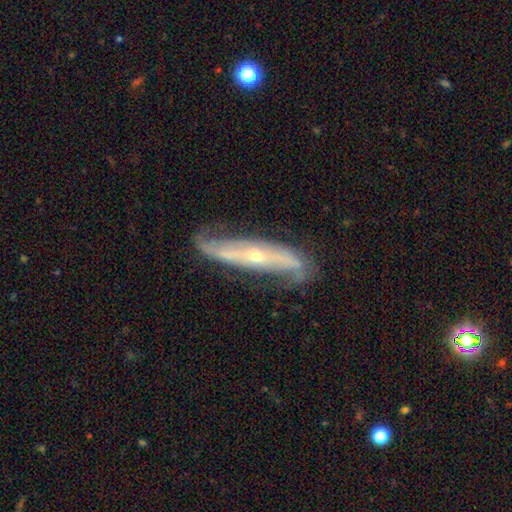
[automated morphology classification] The model was most divided on "bar": no: 47%, strong: 33%, weak: 20%. Remaining: spiral arms — yes (92%); spiral arm count — 2 (87%); smooth or featured — featured or disk (84%); merging — none (70%); edge-on disk — no (69%); bulge size — small (66%); spiral winding — loose (50%).